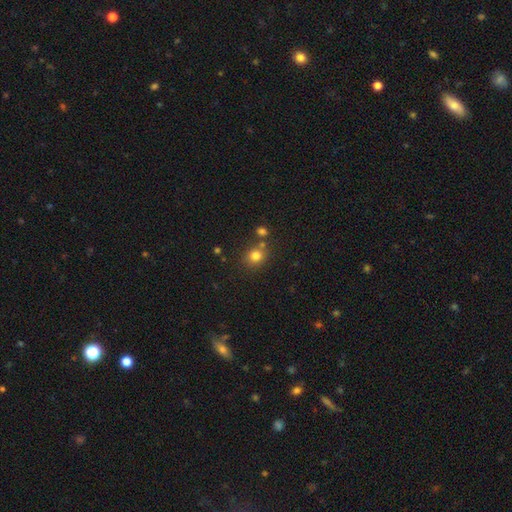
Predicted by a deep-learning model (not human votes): Morphology: type=smooth (79%); roundness=round (78%); merging=none (71%).